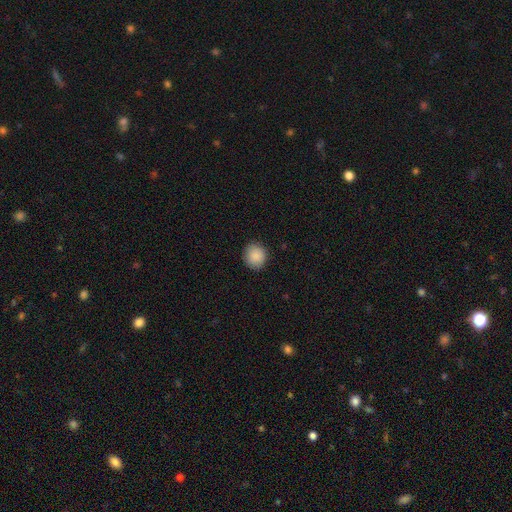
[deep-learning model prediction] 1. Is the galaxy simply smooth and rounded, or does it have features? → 89% smooth, 8% star or artifact, 3% featured or disk.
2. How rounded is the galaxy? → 83% round, 16% in between, 1% cigar-shaped.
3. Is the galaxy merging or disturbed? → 88% none, 9% minor disturbance, 2% major disturbance, 1% merger.